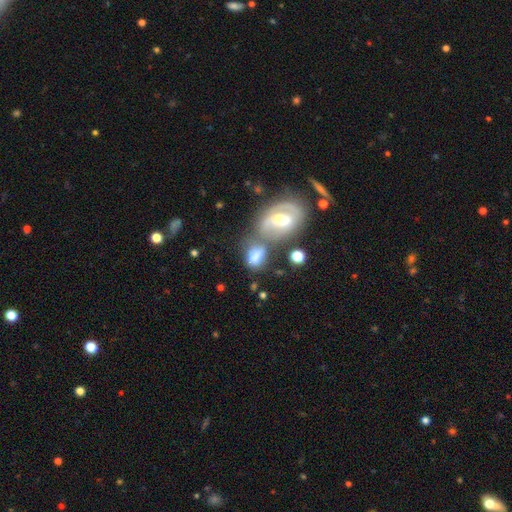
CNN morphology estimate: A smooth galaxy with no disk features (53%) that is in between round and cigar-shaped (80%). Merging: merger (47%).